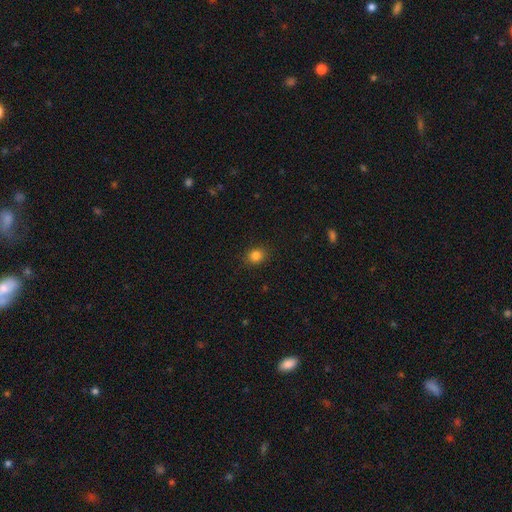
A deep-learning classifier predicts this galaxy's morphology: Smooth or featured? Predicted: smooth (p=0.83). How rounded? Predicted: round (p=0.70). Merging? Predicted: none (p=0.89).